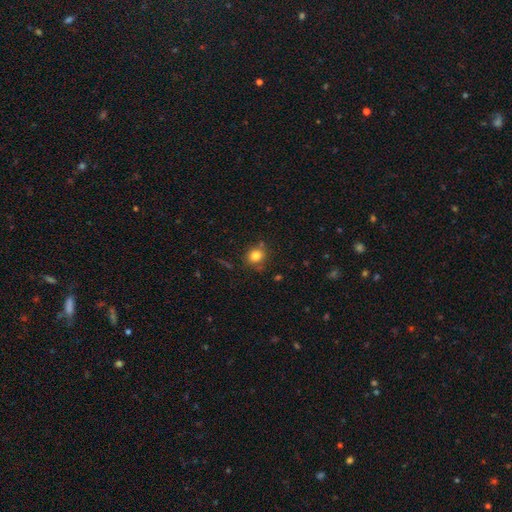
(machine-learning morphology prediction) Q: Smooth or featured?
A: smooth (81%); runner-up: star or artifact (12%)
Q: How rounded?
A: round (75%); runner-up: in between (24%)
Q: Merging?
A: none (77%); runner-up: minor disturbance (15%)